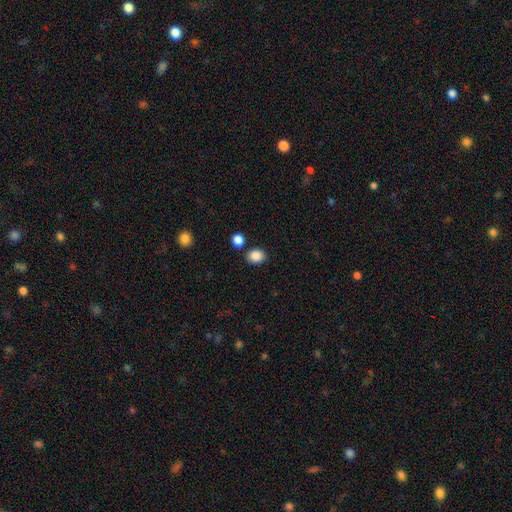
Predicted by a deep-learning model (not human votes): Morphology: type=smooth (87%); roundness=in between (51%); merging=none (80%).